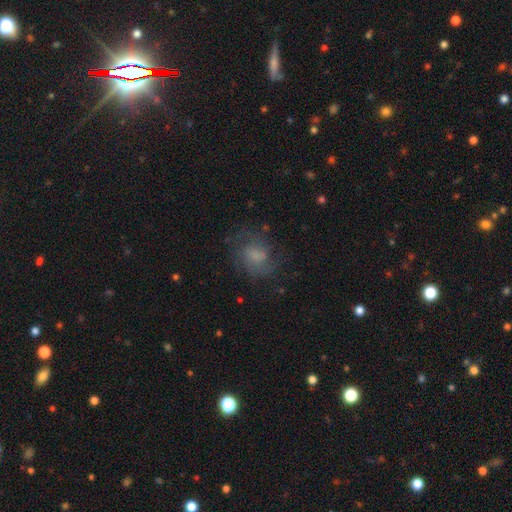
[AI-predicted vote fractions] The model was most divided on "smooth or featured": featured or disk: 48%, smooth: 40%, star or artifact: 13%. More confident: merging — none (66%).